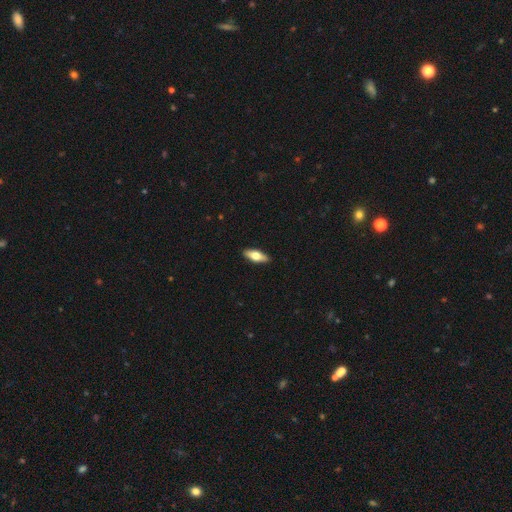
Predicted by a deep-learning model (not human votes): This appears to be a smooth galaxy with no disk features (58%) that is in between round and cigar-shaped (68%). Merging: none (90%).